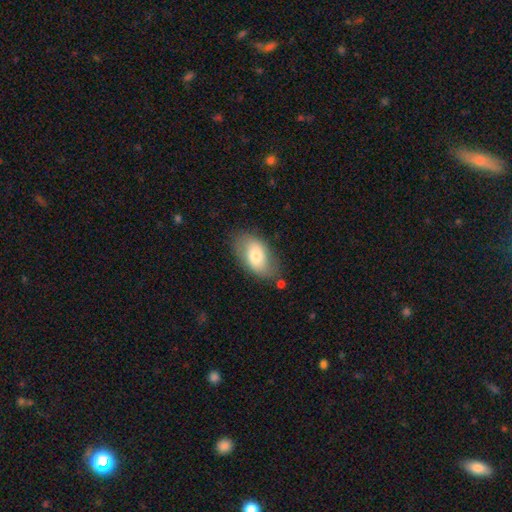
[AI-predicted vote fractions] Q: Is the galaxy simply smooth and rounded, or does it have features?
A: smooth — 68%.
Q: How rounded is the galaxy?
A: in between — 92%.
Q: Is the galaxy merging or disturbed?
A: none — 72%.